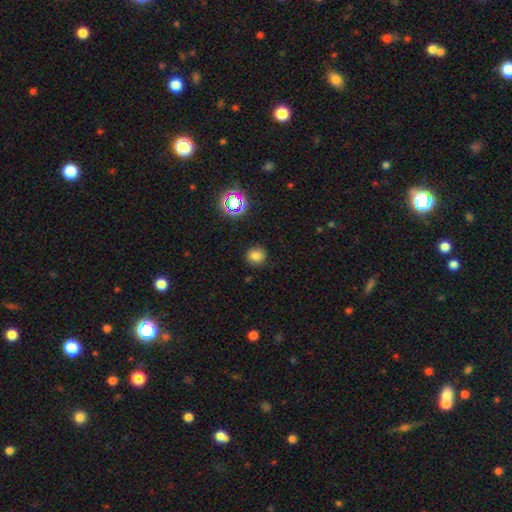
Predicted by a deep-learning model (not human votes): A smooth galaxy with no disk features (77%) that is round (91%).

Vote fractions:
- Smooth or featured? smooth: 77% / star or artifact: 17% / featured or disk: 6%
- How rounded? round: 91% / in between: 8% / cigar-shaped: 1%
- Merging? none: 88% / minor disturbance: 8% / major disturbance: 3% / merger: 1%